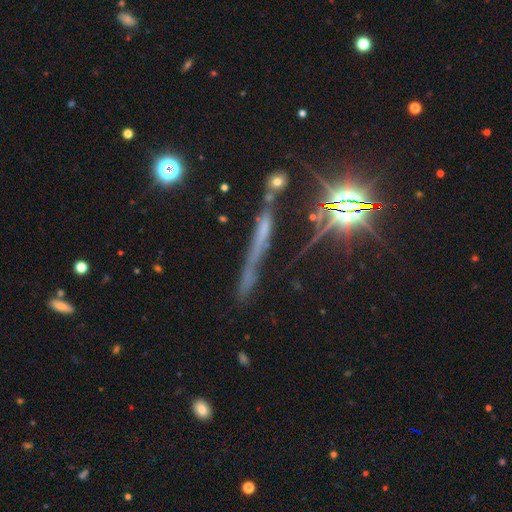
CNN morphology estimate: smooth-or-featured: featured or disk: 44% | star or artifact: 34% | smooth: 22%
  merging: none: 65% | minor disturbance: 19% | major disturbance: 9% | merger: 7%